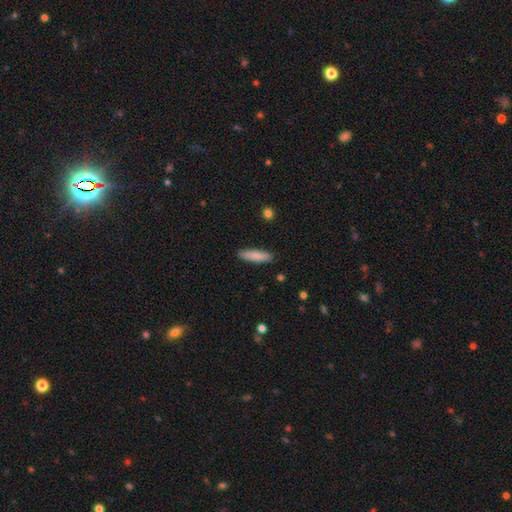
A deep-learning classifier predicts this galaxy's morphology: Overall: smooth (83%). How rounded: cigar-shaped (71%). Merging: none (90%).